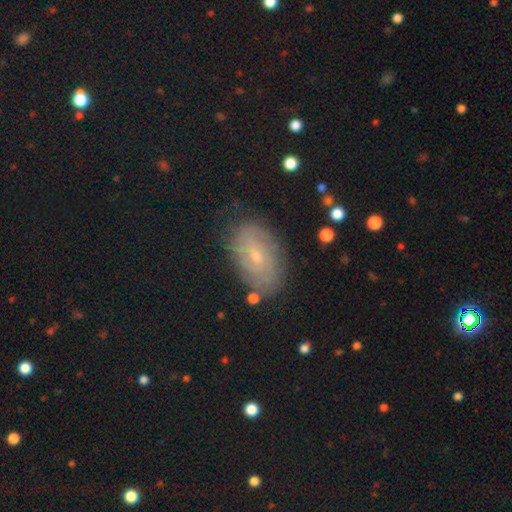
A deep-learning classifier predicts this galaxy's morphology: A featured or disk galaxy (54%) with no bar (56%), spiral arms (76%) and a small central bulge (70%). Merging: none (79%).